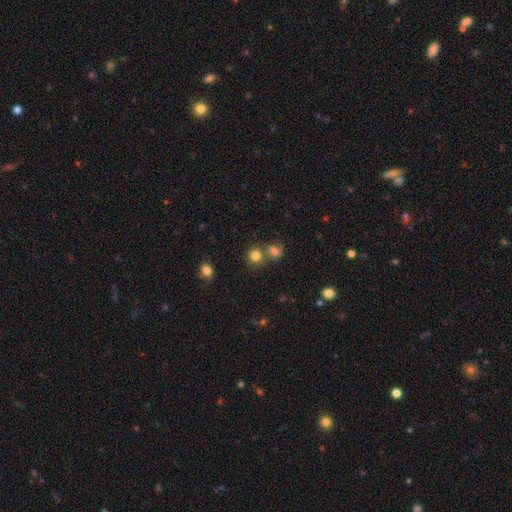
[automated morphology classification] Smooth or featured? Predicted: smooth (p=0.80). How rounded? Predicted: round (p=0.85). Merging? Predicted: none (p=0.57).